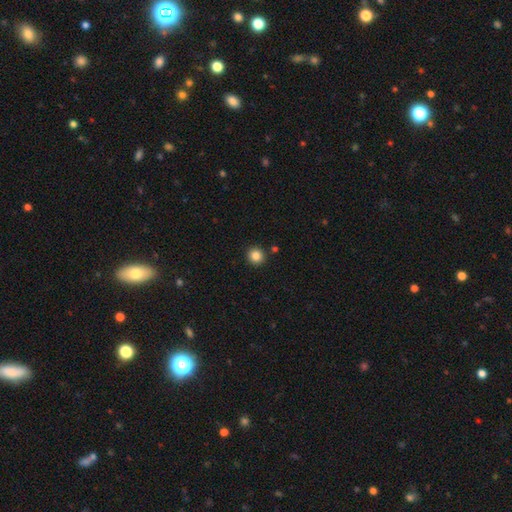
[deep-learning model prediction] A smooth galaxy with no disk features (85%) that is round (94%).

Vote fractions:
- Smooth or featured? smooth: 85% / star or artifact: 11% / featured or disk: 4%
- How rounded? round: 94% / in between: 5% / cigar-shaped: 1%
- Merging? none: 90% / minor disturbance: 5% / merger: 3% / major disturbance: 2%